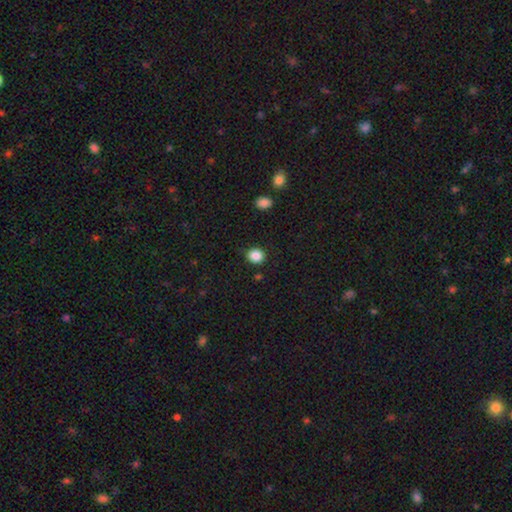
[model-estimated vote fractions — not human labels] This appears to be a smooth galaxy with no disk features (87%) that is round (76%). Merging: none (85%).